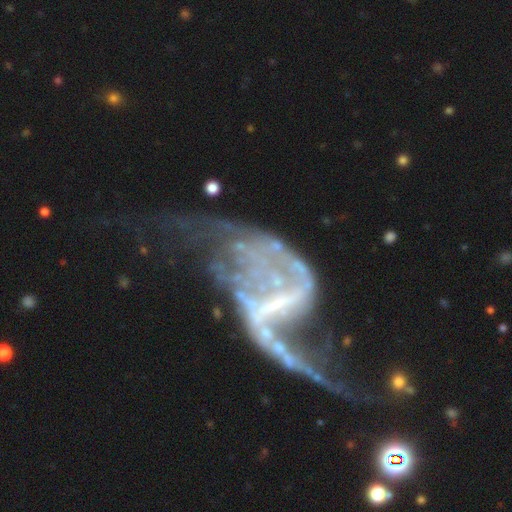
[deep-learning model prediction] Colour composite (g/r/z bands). It shows a featured or disk galaxy (85%) with a strong bar (40%), 2 (69%) loose (87%) spiral arms (74%) and no central bulge (63%). Merging: major disturbance (51%).